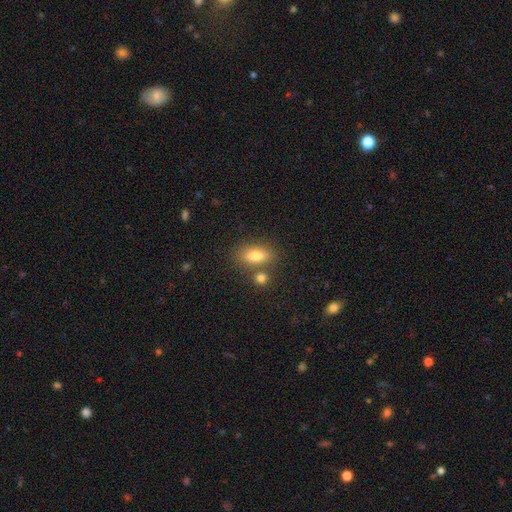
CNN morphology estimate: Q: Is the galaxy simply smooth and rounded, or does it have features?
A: smooth — 77%.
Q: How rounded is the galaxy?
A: in between — 80%.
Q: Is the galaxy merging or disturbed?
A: none — 69%.